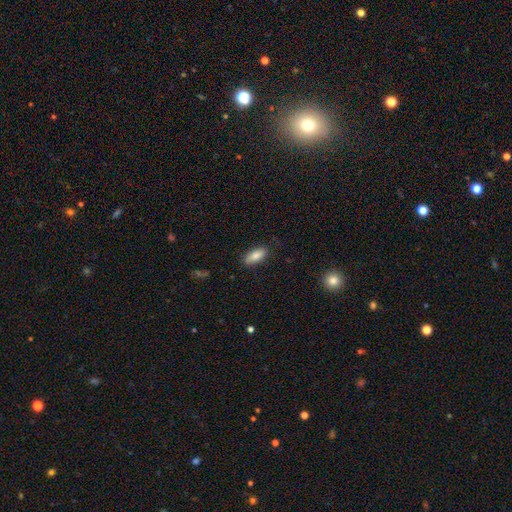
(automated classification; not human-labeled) Smooth or featured? smooth (83%)
How rounded? in between (76%)
Merging? none (85%)